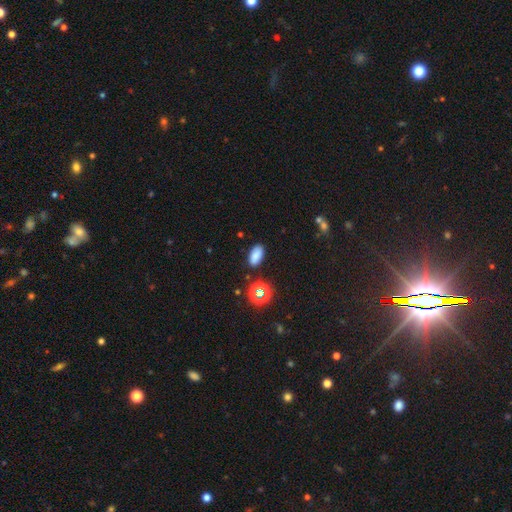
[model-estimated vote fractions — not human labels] This is likely a smooth galaxy (79%). How rounded: clearly in between (91%). Merging: clearly none (85%).